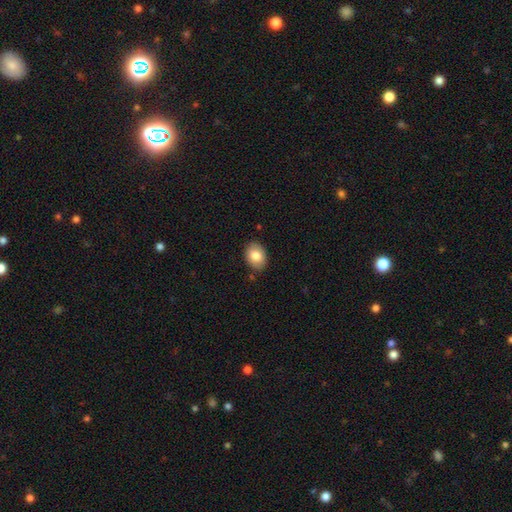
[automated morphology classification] A smooth galaxy with no disk features (83%) that is in between round and cigar-shaped (70%). Merging: none (84%).